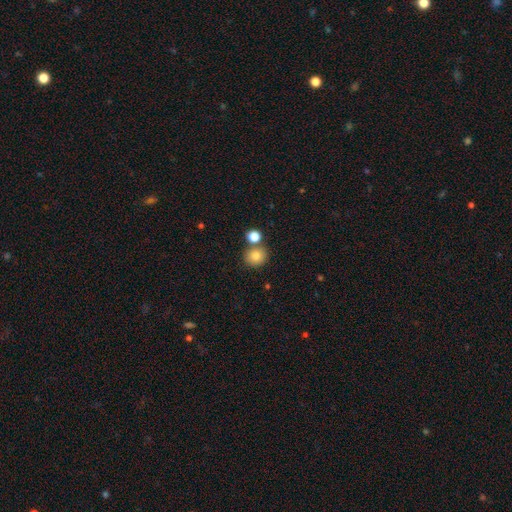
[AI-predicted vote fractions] Smooth or featured? smooth (81%)
How rounded? round (83%)
Merging? none (70%)